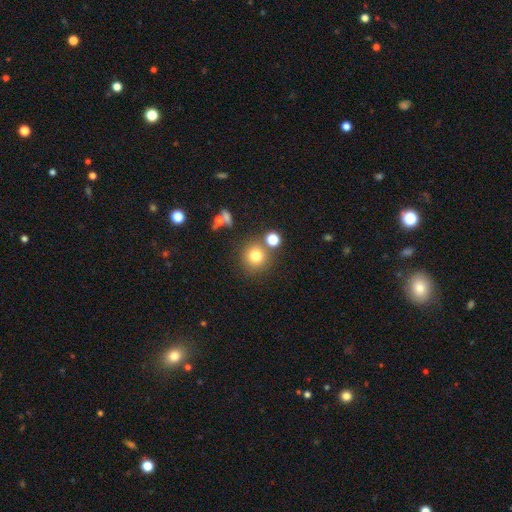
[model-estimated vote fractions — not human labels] Smooth or featured? Predicted: smooth (p=0.76). How rounded? Predicted: round (p=0.92). Merging? Predicted: none (p=0.75).